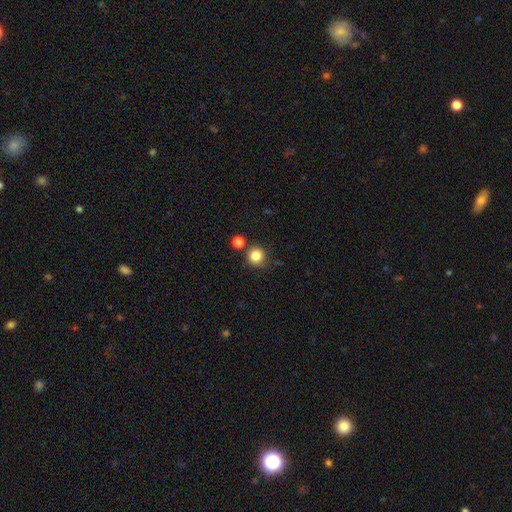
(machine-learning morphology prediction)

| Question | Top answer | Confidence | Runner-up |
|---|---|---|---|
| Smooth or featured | smooth | 84% | star or artifact (11%) |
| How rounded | round | 92% | in between (7%) |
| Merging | none | 77% | minor disturbance (10%) |